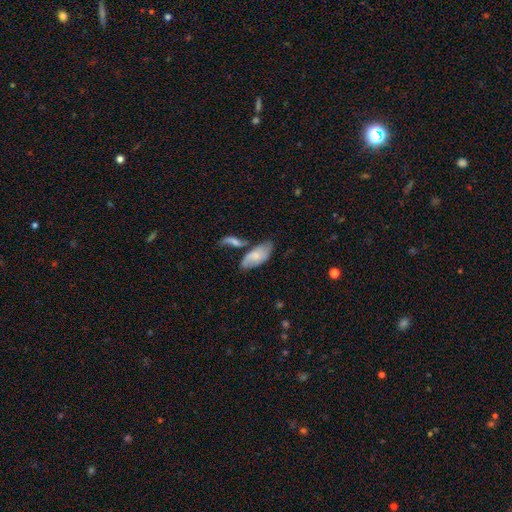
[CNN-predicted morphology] A smooth galaxy with no disk features (63%) that is in between round and cigar-shaped (91%).

Vote fractions:
- Smooth or featured? smooth: 63% / featured or disk: 30% / star or artifact: 6%
- How rounded? in between: 91% / cigar-shaped: 7% / round: 3%
- Merging? none: 46% / merger: 25% / minor disturbance: 21% / major disturbance: 8%